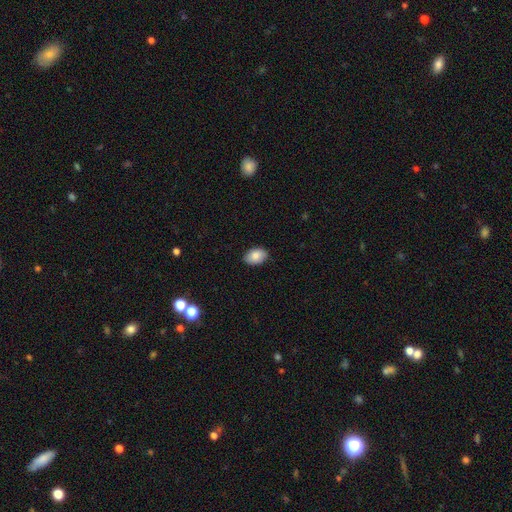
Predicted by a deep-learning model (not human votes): Smooth or featured? smooth (86%)
How rounded? in between (87%)
Merging? none (88%)